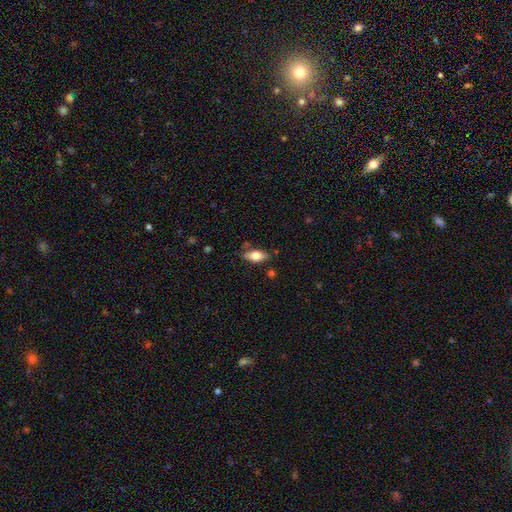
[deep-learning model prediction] This is likely a smooth galaxy (72%). How rounded: clearly in between (85%). Merging: likely none (76%).